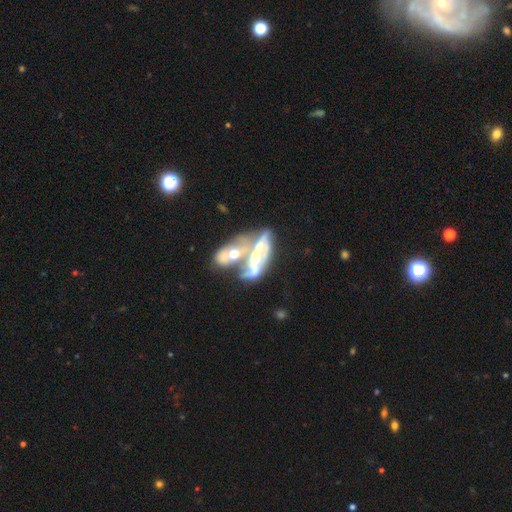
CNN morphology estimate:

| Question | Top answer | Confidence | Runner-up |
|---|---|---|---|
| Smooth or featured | featured or disk | 68% | smooth (21%) |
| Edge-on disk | no | 88% | yes (12%) |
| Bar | no | 78% | weak (13%) |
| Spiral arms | no | 76% | yes (24%) |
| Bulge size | moderate | 54% | large (18%) |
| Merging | merger | 74% | major disturbance (12%) |